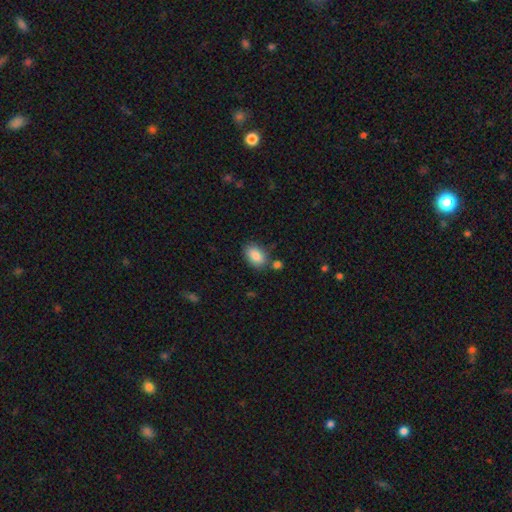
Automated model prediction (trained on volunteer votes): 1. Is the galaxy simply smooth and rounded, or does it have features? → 85% smooth, 7% star or artifact, 7% featured or disk.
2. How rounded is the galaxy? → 88% in between, 11% round, 1% cigar-shaped.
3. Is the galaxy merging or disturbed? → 75% none, 14% minor disturbance, 8% merger, 4% major disturbance.